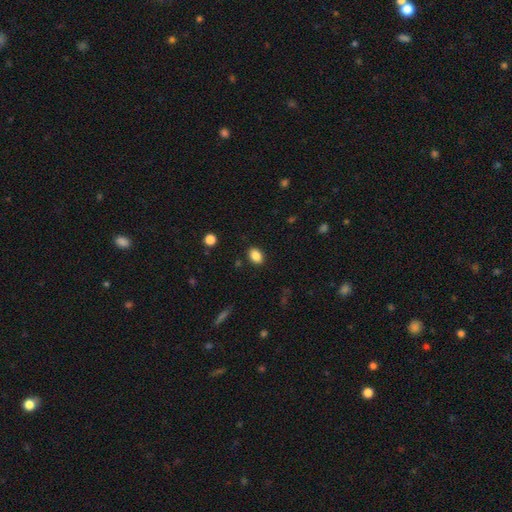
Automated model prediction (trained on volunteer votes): smooth-or-featured: smooth: 87% | star or artifact: 9% | featured or disk: 4%
  how-rounded: in between: 78% | round: 21% | cigar-shaped: 1%
  merging: none: 88% | minor disturbance: 8% | major disturbance: 2% | merger: 1%